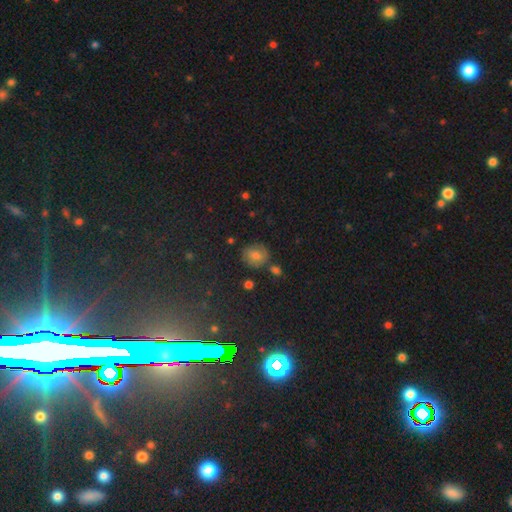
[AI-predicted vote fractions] smooth-or-featured: smooth: 62% | featured or disk: 19% | star or artifact: 19%
  how-rounded: round: 73% | in between: 25% | cigar-shaped: 1%
  merging: none: 75% | minor disturbance: 15% | merger: 6% | major disturbance: 4%